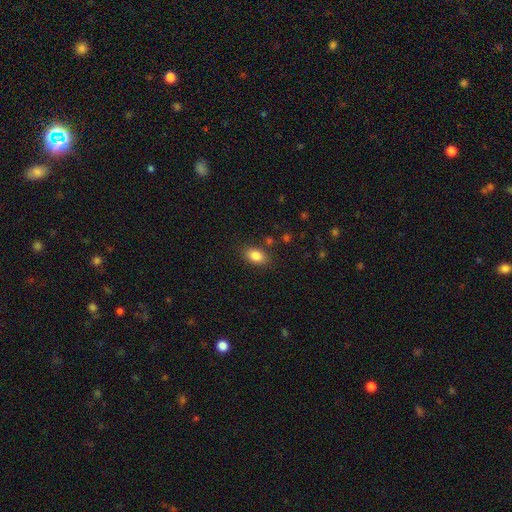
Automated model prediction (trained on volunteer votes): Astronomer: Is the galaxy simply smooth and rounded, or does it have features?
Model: smooth — 85%.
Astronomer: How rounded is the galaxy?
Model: in between — 85%.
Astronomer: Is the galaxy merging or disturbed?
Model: none — 83%.